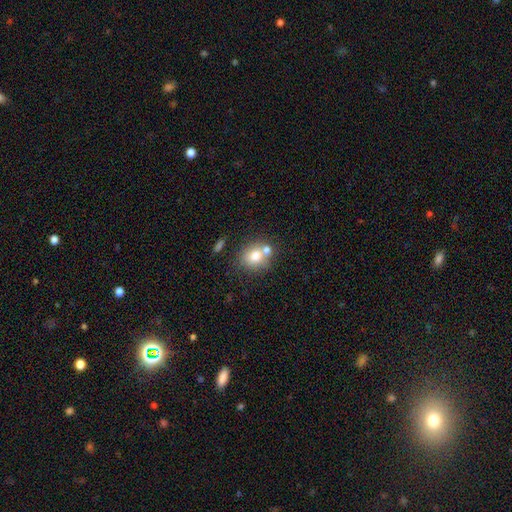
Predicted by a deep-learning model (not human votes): Smooth or featured? smooth (74%)
How rounded? round (66%)
Merging? none (57%)